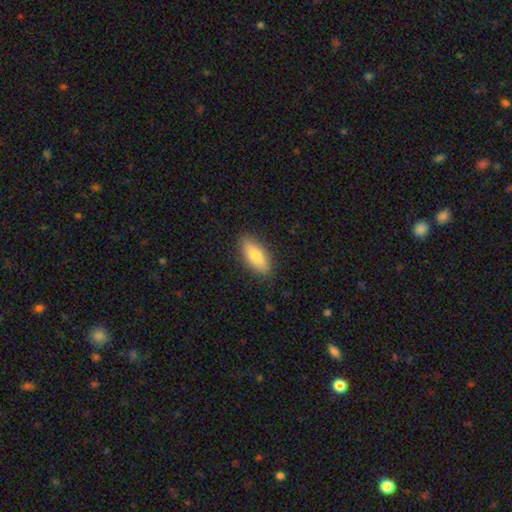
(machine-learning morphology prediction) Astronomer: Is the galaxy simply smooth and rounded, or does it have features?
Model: smooth — 78%.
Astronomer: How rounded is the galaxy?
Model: in between — 80%.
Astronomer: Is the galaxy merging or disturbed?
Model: none — 87%.